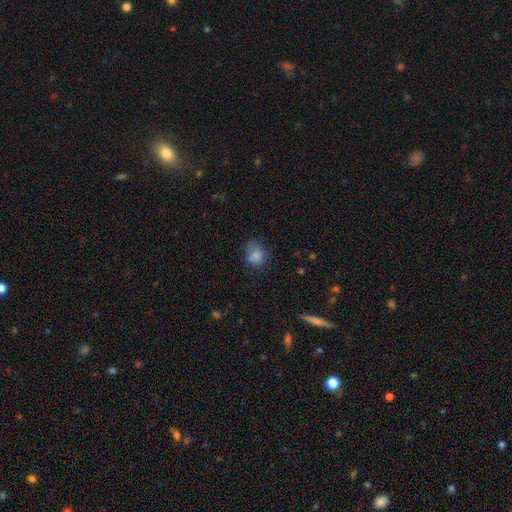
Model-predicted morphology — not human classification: Smooth or featured? Predicted: smooth (p=0.81). How rounded? Predicted: round (p=0.56). Merging? Predicted: none (p=0.59).